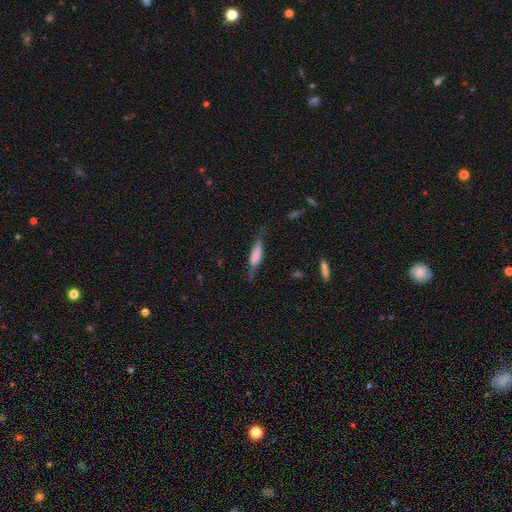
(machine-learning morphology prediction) smooth_or_featured: smooth (p=0.56) [alt: featured or disk p=0.37]
how_rounded: cigar-shaped (p=0.64) [alt: in between p=0.34]
merging: none (p=0.62) [alt: minor disturbance p=0.25]